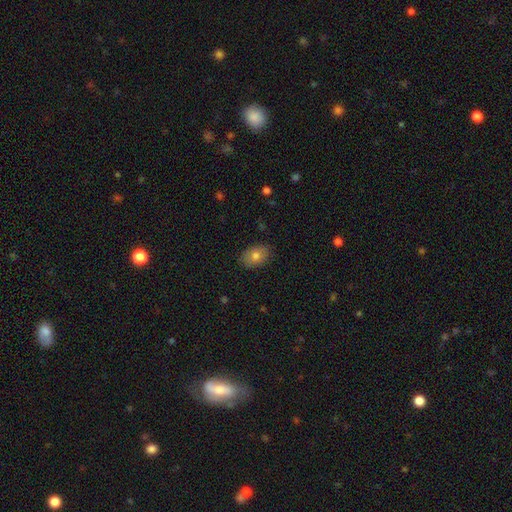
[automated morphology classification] This appears to be a smooth galaxy with no disk features (77%) that is in between round and cigar-shaped (82%). Merging: none (86%).